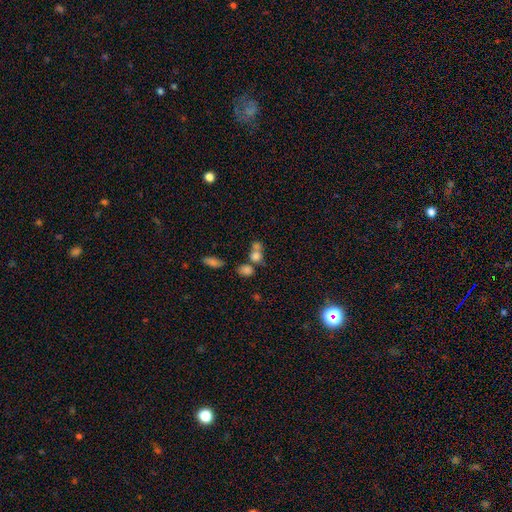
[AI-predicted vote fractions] This appears to be a smooth galaxy with no disk features (73%) that is round (59%). Merging: merger (51%).